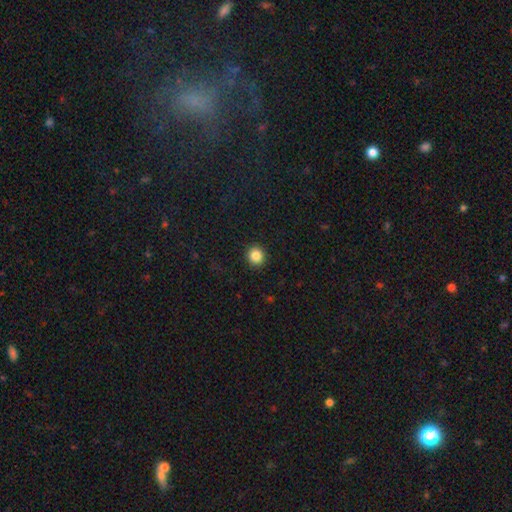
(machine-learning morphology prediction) The model was most divided on "smooth or featured": smooth: 85%, star or artifact: 10%, featured or disk: 4%. More confident: merging — none (92%); how rounded — round (90%).